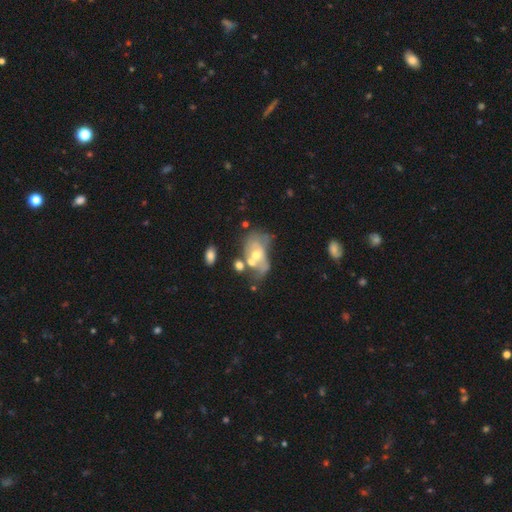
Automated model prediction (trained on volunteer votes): A featured or disk galaxy (56%) with no bar (81%), no spiral arms (70%) and a moderate central bulge (62%). Merging: merger (37%).